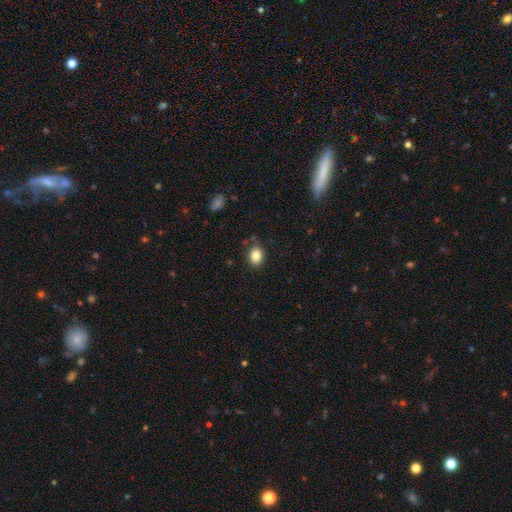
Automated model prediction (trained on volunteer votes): The model was most divided on "how rounded": in between: 67%, round: 32%, cigar-shaped: 1%. More confident: smooth or featured — smooth (85%); merging — none (80%).